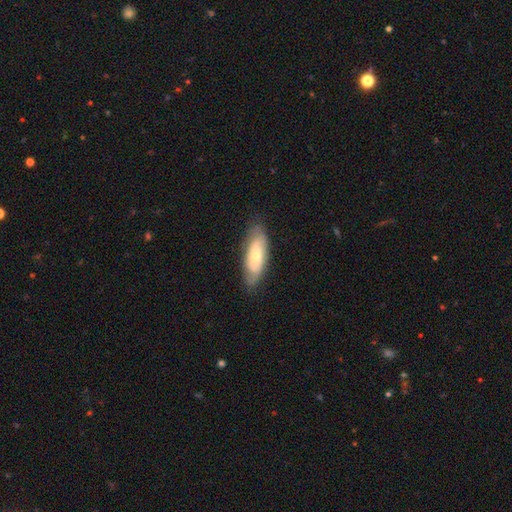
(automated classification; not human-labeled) This is possibly a smooth galaxy (52%). How rounded: likely in between (70%). Merging: likely none (74%).